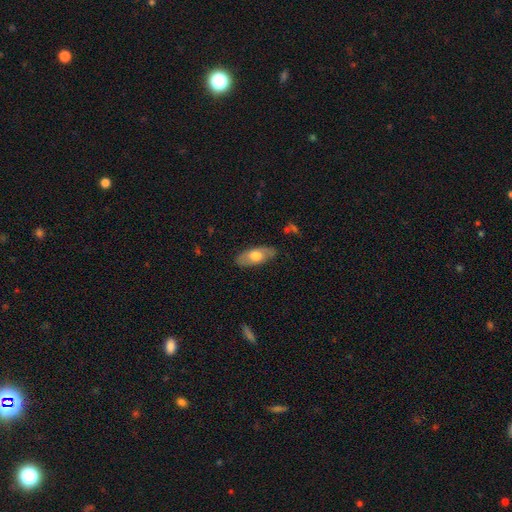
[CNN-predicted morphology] smooth 62%, featured or disk 32%, star or artifact 5%. Down the decision tree: how rounded — in between (83%); merging — none (83%).